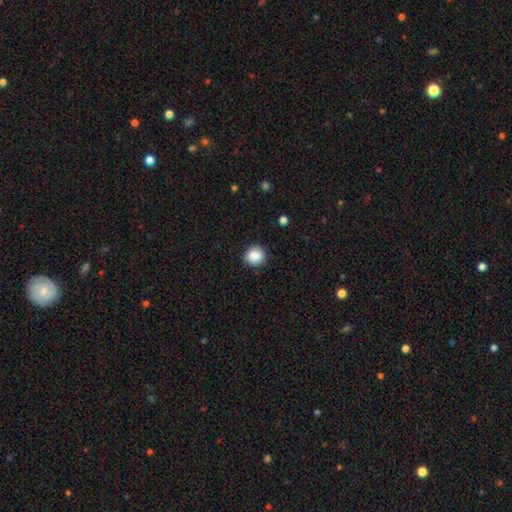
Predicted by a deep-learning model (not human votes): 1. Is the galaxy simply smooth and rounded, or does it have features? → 87% smooth, 9% star or artifact, 4% featured or disk.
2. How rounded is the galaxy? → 85% round, 14% in between, 1% cigar-shaped.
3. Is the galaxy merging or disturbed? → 87% none, 10% minor disturbance, 2% major disturbance, 1% merger.